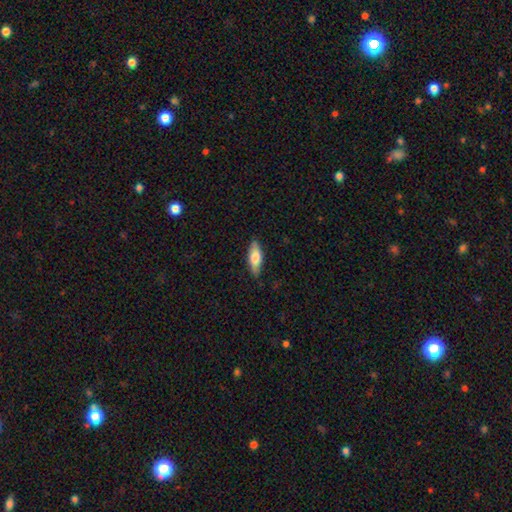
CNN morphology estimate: This is likely a smooth galaxy (70%). How rounded: likely in between (65%). Merging: clearly none (85%).